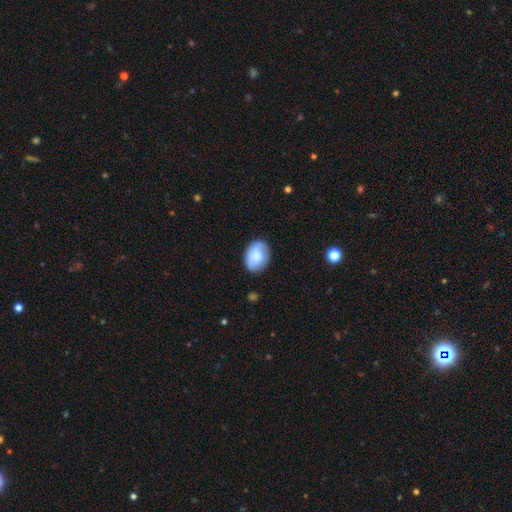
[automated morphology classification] A smooth galaxy with no disk features (74%) that is in between round and cigar-shaped (71%). Merging: none (73%).